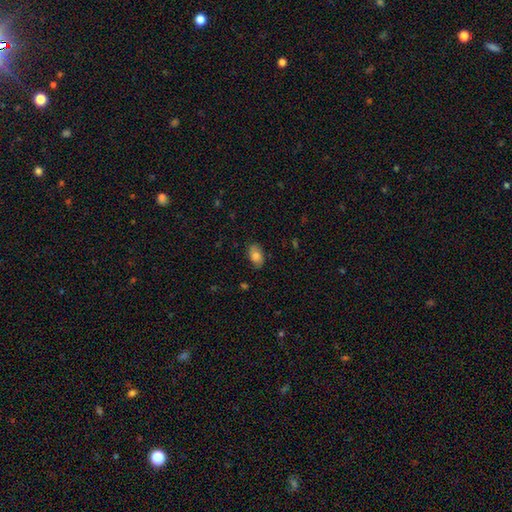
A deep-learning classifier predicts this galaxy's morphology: This is likely a smooth galaxy (80%). How rounded: clearly in between (90%). Merging: clearly none (81%).